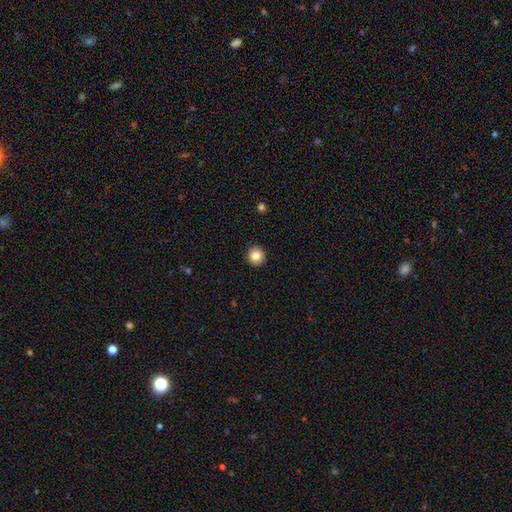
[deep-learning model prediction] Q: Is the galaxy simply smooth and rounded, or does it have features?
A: smooth — 84%.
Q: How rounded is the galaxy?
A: round — 93%.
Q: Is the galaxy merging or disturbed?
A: none — 93%.